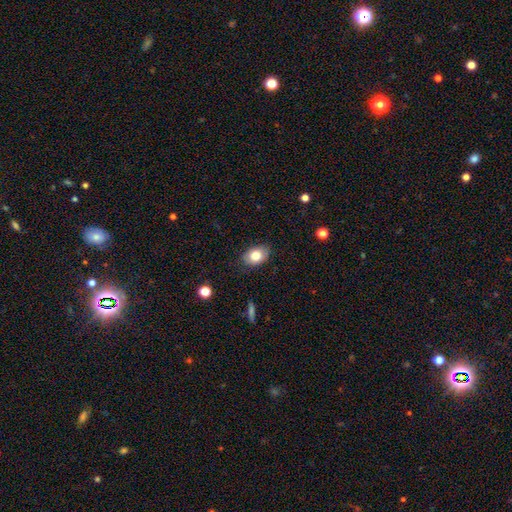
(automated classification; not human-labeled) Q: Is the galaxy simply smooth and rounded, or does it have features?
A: smooth — 81%.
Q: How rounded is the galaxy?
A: in between — 83%.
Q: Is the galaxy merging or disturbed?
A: none — 82%.